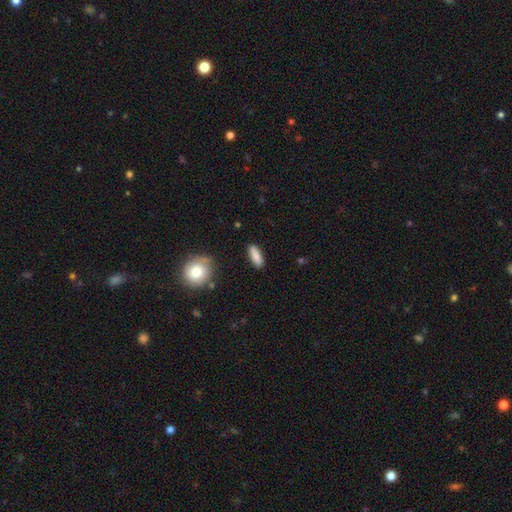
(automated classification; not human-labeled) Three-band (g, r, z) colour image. It shows a smooth galaxy with no disk features (87%) that is in between round and cigar-shaped (55%). Merging: none (86%).